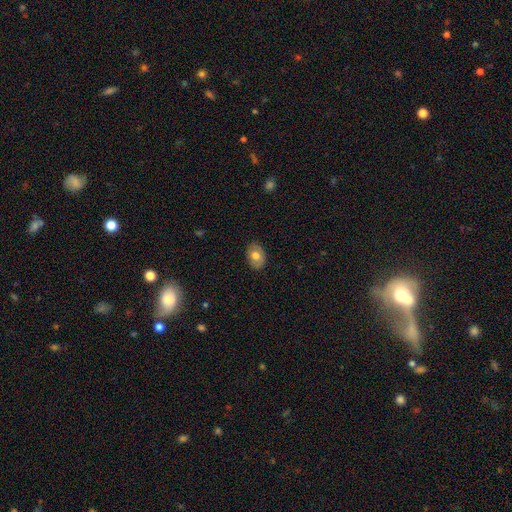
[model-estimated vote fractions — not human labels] A smooth galaxy with no disk features (70%) that is in between round and cigar-shaped (79%).

Vote fractions:
- Smooth or featured? smooth: 70% / featured or disk: 23% / star or artifact: 7%
- How rounded? in between: 79% / round: 20% / cigar-shaped: 1%
- Merging? none: 84% / minor disturbance: 12% / major disturbance: 2% / merger: 1%